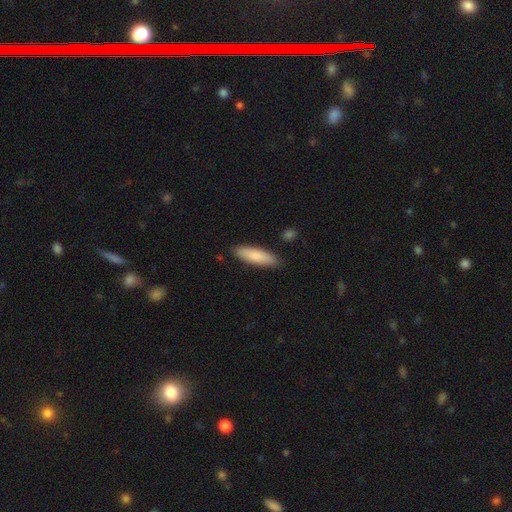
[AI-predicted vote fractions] smooth 84%, featured or disk 10%, star or artifact 5%. Down the decision tree: how rounded — cigar-shaped (59%); merging — none (87%).